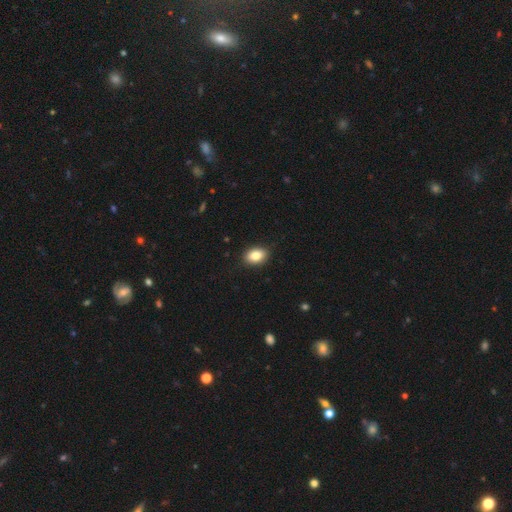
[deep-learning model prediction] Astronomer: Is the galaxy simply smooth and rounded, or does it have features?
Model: smooth — 83%.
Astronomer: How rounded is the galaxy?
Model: in between — 82%.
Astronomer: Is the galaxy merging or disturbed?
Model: none — 88%.